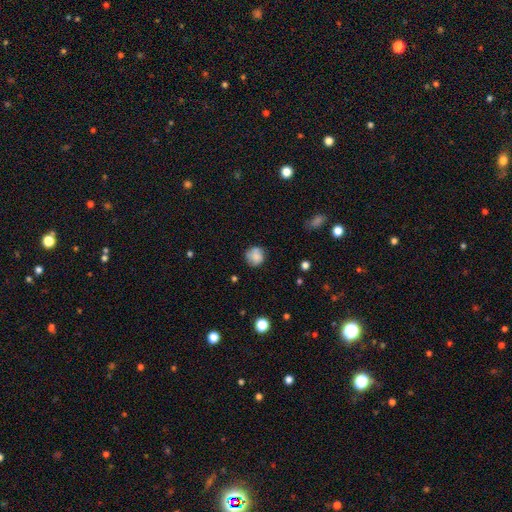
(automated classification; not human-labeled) This is likely a smooth galaxy (79%). How rounded: clearly round (85%). Merging: likely none (68%).